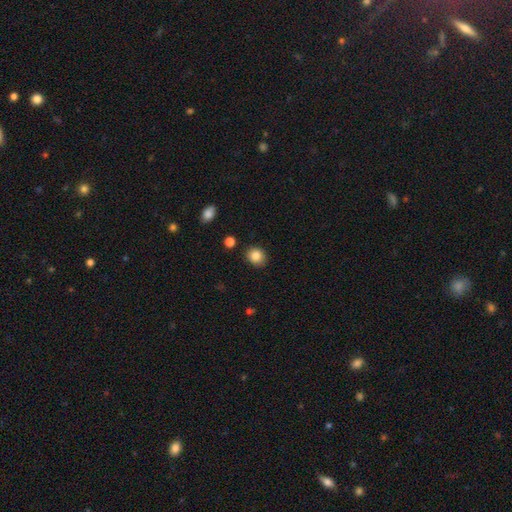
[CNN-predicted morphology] This is clearly a smooth galaxy (84%). How rounded: likely round (71%). Merging: clearly none (86%).